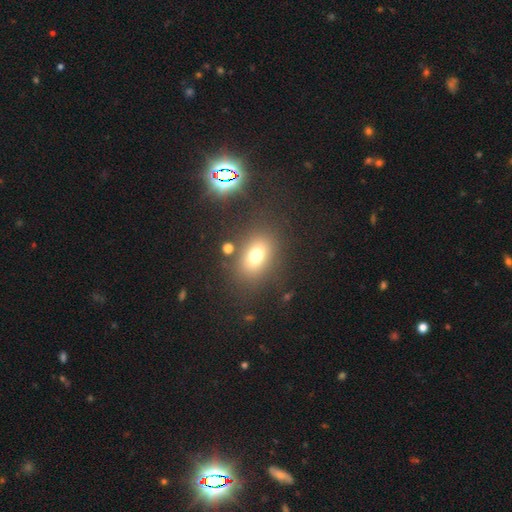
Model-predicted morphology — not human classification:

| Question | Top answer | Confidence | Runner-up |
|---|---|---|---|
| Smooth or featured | smooth | 70% | star or artifact (17%) |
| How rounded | in between | 62% | round (36%) |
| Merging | none | 79% | minor disturbance (10%) |